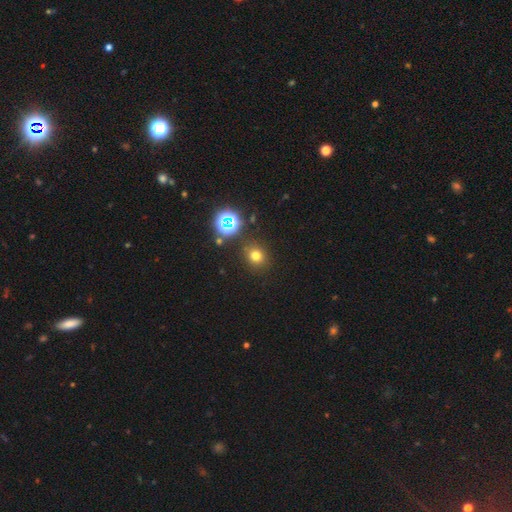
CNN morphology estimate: Smooth or featured: smooth — 69% (star or artifact — 24%)
How rounded: round — 83% (in between — 16%)
Merging: none — 86% (minor disturbance — 8%)